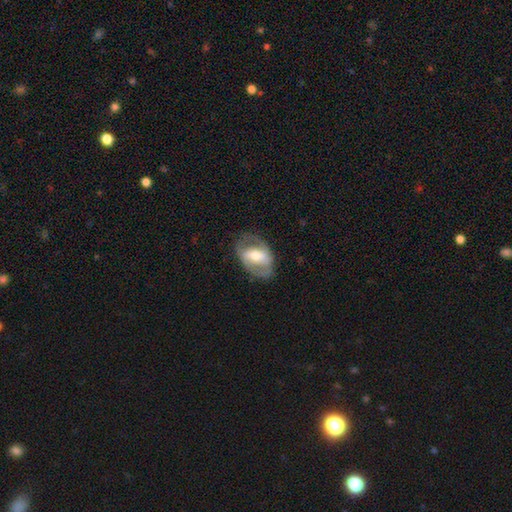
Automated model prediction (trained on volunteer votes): A featured or disk galaxy (65%) with a strong bar (46%), spiral arms (56%) and a moderate central bulge (53%). Merging: none (71%).